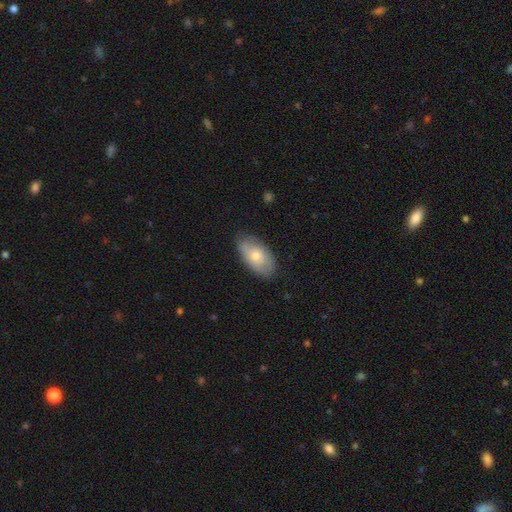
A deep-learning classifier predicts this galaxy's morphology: The model was most divided on "smooth or featured": smooth: 61%, featured or disk: 33%, star or artifact: 6%. More confident: how rounded — in between (93%); merging — none (78%).